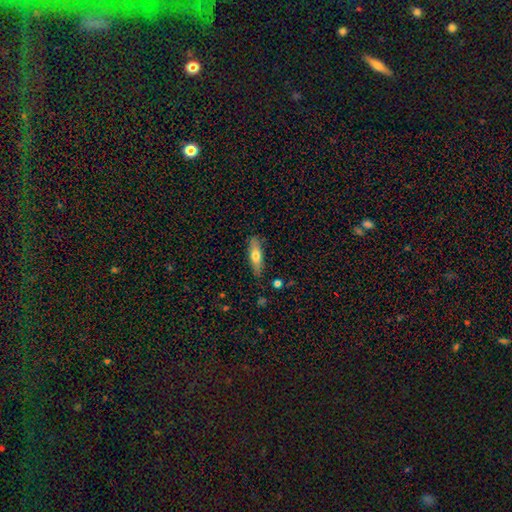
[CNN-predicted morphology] This appears to be a smooth galaxy with no disk features (66%) that is cigar-shaped (52%). Merging: none (85%).